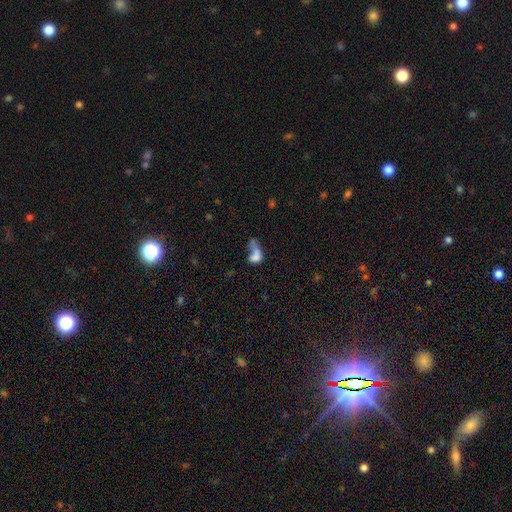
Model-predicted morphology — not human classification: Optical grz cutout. It shows a smooth galaxy with no disk features (62%) that is in between round and cigar-shaped (79%). Merging: merger (40%).